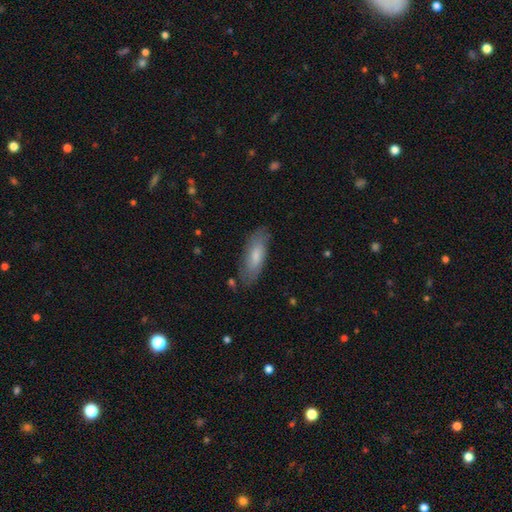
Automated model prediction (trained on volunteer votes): smooth-or-featured: smooth: 68% | featured or disk: 26% | star or artifact: 6%
  how-rounded: in between: 64% | cigar-shaped: 34% | round: 2%
  merging: none: 78% | minor disturbance: 16% | major disturbance: 4% | merger: 2%